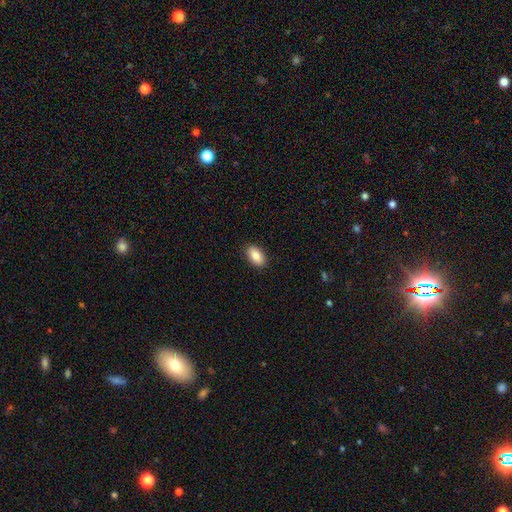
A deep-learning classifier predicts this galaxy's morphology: A smooth galaxy with no disk features (85%) that is in between round and cigar-shaped (93%). Merging: none (89%).